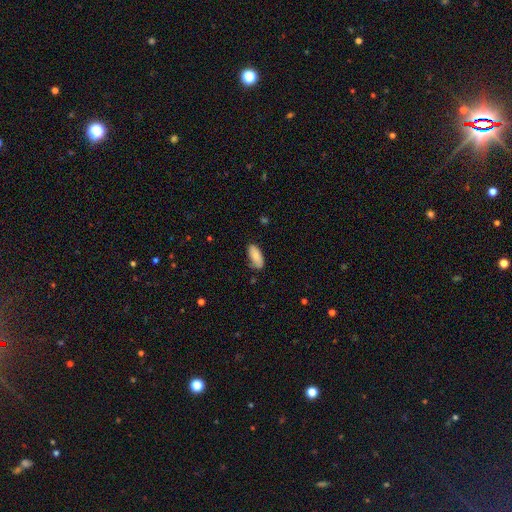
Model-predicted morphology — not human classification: Q: Smooth or featured?
A: smooth (84%); runner-up: featured or disk (10%)
Q: How rounded?
A: in between (87%); runner-up: cigar-shaped (11%)
Q: Merging?
A: none (74%); runner-up: minor disturbance (21%)